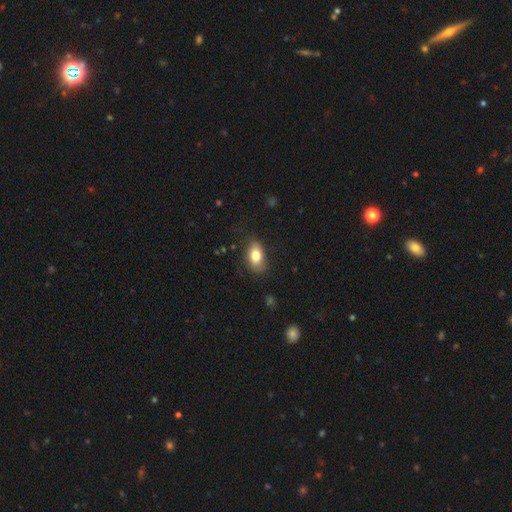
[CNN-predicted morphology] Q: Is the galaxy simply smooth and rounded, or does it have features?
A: smooth — 80%.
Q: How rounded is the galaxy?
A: in between — 87%.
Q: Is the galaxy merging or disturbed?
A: none — 77%.